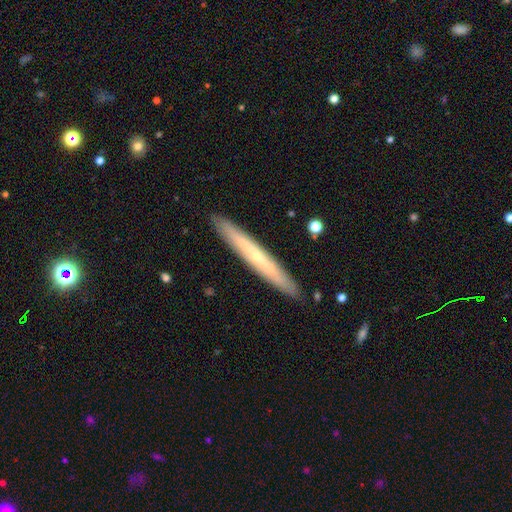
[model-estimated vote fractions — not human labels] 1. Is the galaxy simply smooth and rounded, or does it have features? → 54% featured or disk, 40% smooth, 6% star or artifact.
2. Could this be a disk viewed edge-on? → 92% yes, 8% no.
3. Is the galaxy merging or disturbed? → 91% none, 6% minor disturbance, 1% major disturbance, 1% merger.